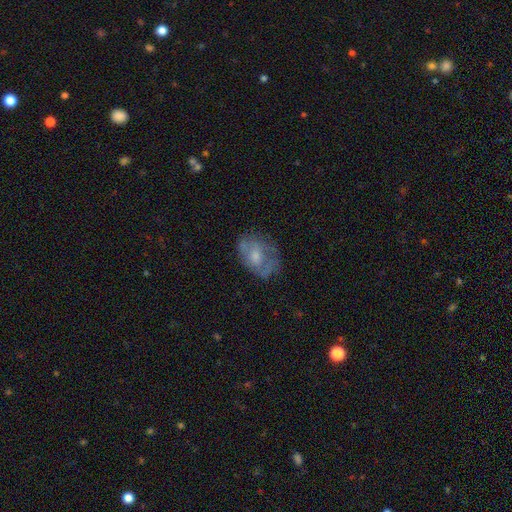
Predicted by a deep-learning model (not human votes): Smooth or featured: featured or disk — 49% (smooth — 42%)
Merging: none — 57% (minor disturbance — 25%)